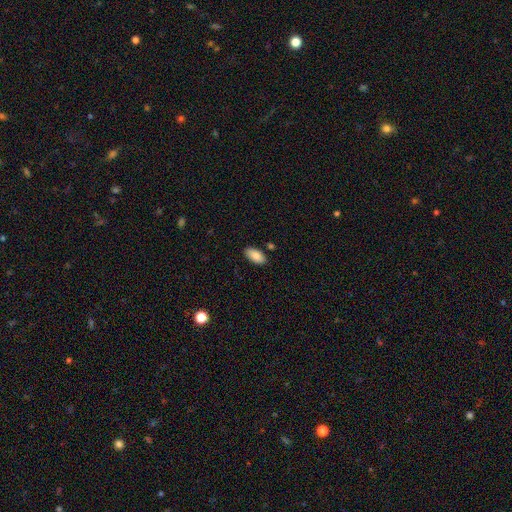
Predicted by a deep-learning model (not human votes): A smooth galaxy with no disk features (86%) that is in between round and cigar-shaped (94%).

Vote fractions:
- Smooth or featured? smooth: 86% / featured or disk: 7% / star or artifact: 7%
- How rounded? in between: 94% / cigar-shaped: 4% / round: 2%
- Merging? none: 86% / minor disturbance: 10% / merger: 3% / major disturbance: 2%